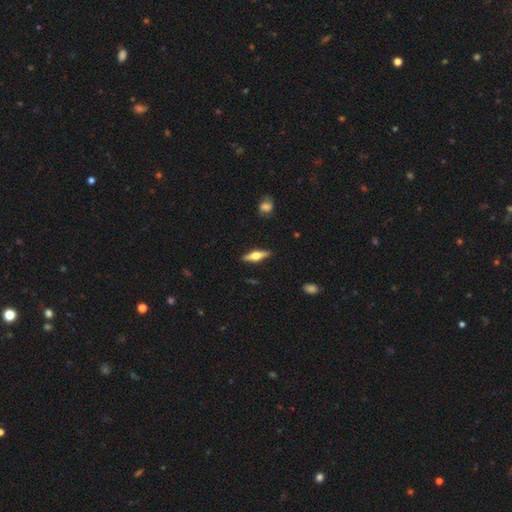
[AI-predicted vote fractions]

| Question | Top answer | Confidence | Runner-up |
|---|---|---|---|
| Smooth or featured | featured or disk | 65% | smooth (30%) |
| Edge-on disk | yes | 96% | no (4%) |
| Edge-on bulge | rounded | 95% | boxy (4%) |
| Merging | none | 89% | minor disturbance (8%) |